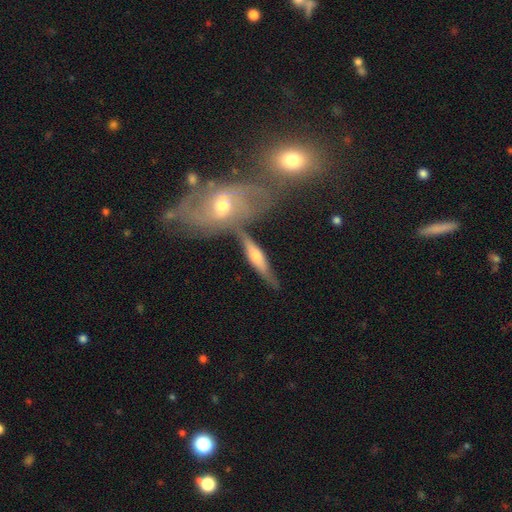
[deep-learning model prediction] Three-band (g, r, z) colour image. It shows a featured or disk galaxy (66%) viewed edge-on (79%) with a rounded central bulge (86%). Merging: none (59%).